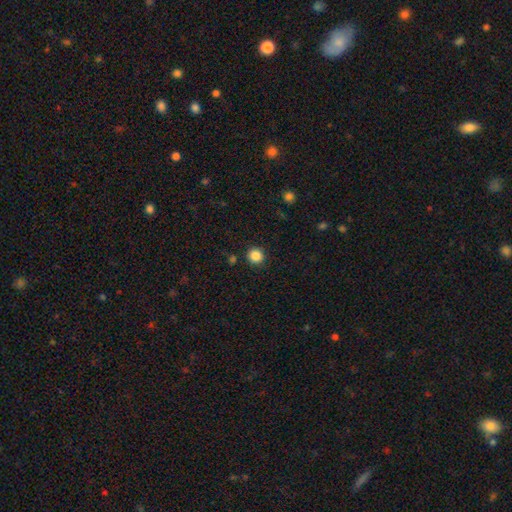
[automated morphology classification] smooth_or_featured: smooth (p=0.86) [alt: star or artifact p=0.11]
how_rounded: round (p=0.93) [alt: in between p=0.06]
merging: none (p=0.91) [alt: minor disturbance p=0.06]